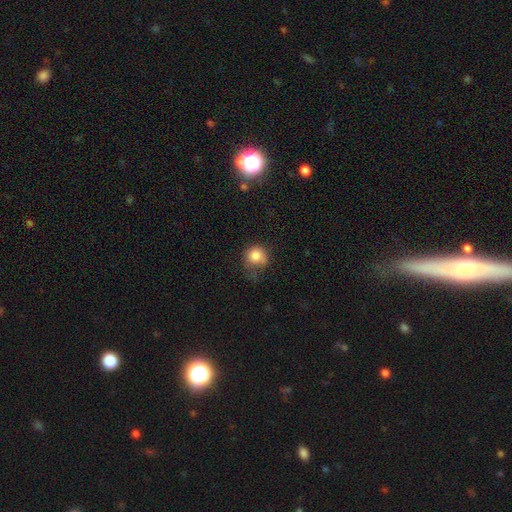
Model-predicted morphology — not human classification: This appears to be a smooth galaxy with no disk features (81%) that is round (76%). Merging: none (36%).